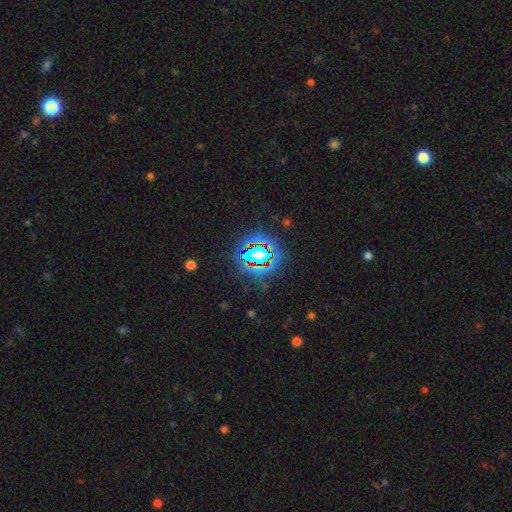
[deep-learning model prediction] smooth_or_featured: star or artifact (p=0.67) [alt: smooth p=0.20]